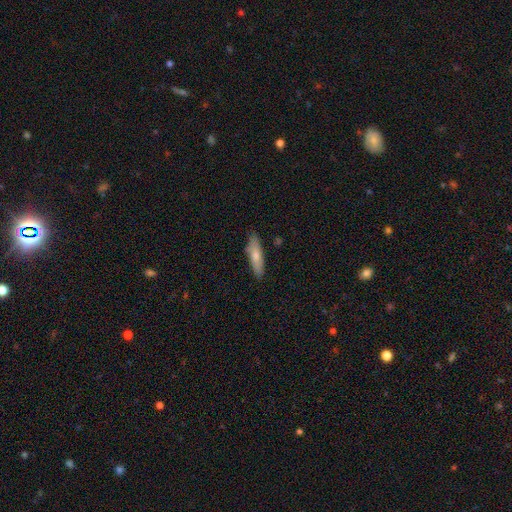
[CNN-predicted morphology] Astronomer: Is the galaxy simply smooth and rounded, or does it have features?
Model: smooth — 71%.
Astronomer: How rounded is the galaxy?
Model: cigar-shaped — 62%.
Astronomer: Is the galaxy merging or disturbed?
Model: none — 82%.